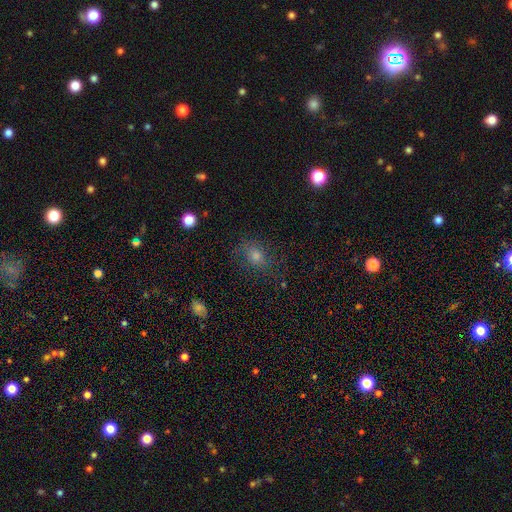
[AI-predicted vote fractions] Overall: smooth (53%; star or artifact 24%). How rounded: round (50%; in between 48%). Merging: none (71%).